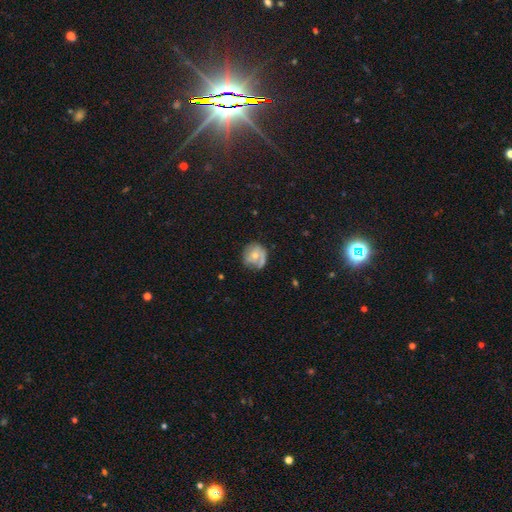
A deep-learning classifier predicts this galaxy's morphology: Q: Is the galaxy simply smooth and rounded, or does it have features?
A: featured or disk — 48%.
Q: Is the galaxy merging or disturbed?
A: none — 61%.